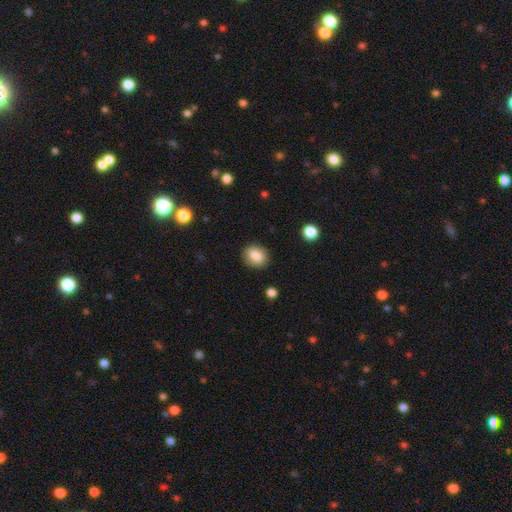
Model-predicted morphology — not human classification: smooth 83%, featured or disk 9%, star or artifact 8%. Down the decision tree: how rounded — round (56%); merging — none (88%).